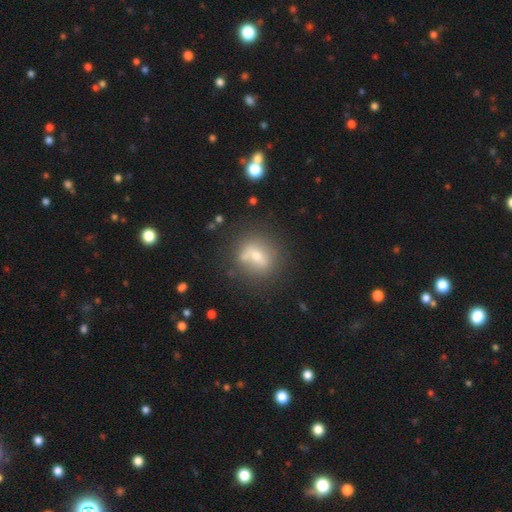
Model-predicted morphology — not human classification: Overall: smooth (50%; featured or disk 36%). How rounded: round (67%; in between 28%). Merging: none (64%).